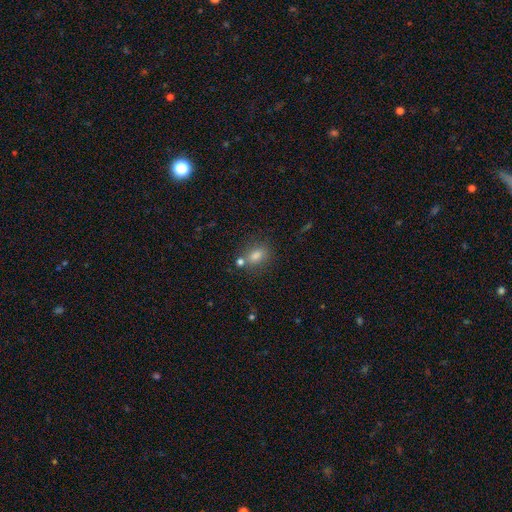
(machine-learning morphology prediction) Smooth or featured? smooth (77%)
How rounded? in between (68%)
Merging? none (69%)